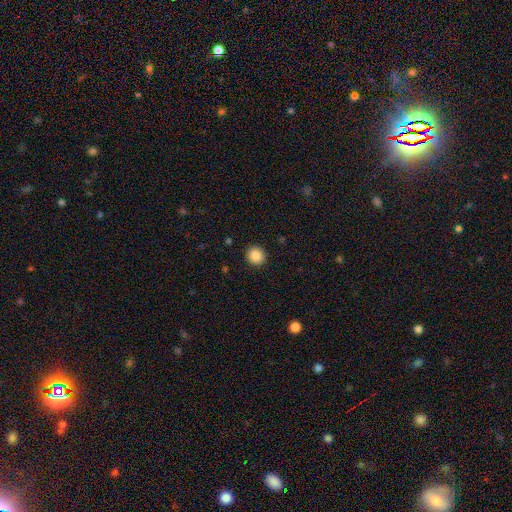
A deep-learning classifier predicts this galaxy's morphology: smooth-or-featured: smooth: 88% | star or artifact: 9% | featured or disk: 3%
  how-rounded: round: 91% | in between: 8% | cigar-shaped: 1%
  merging: none: 92% | minor disturbance: 5% | major disturbance: 2% | merger: 1%